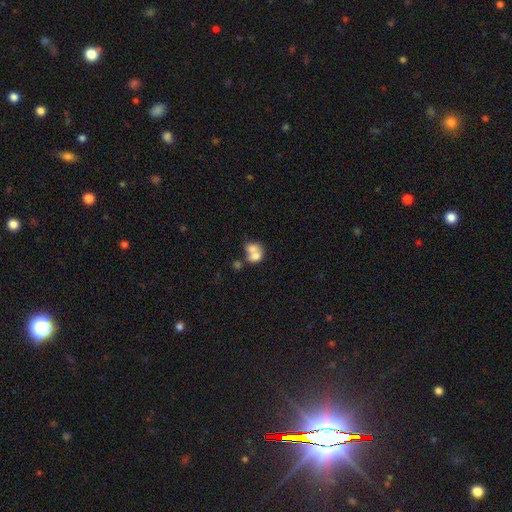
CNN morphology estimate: This is likely a smooth galaxy (70%). How rounded: possibly in between (54%). Merging: likely merger (66%).